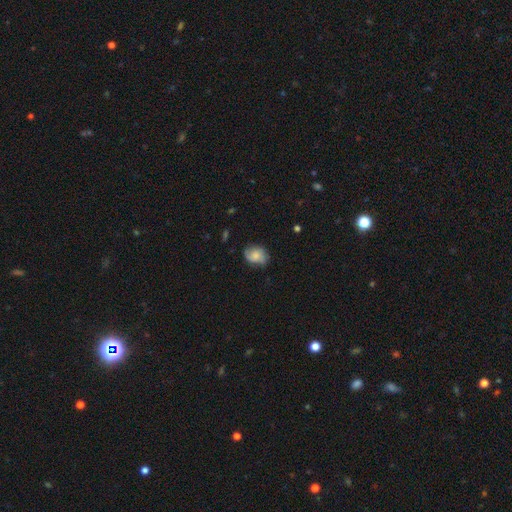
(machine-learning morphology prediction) A smooth galaxy with no disk features (65%) that is in between round and cigar-shaped (59%).

Vote fractions:
- Smooth or featured? smooth: 65% / featured or disk: 27% / star or artifact: 8%
- How rounded? in between: 59% / round: 40% / cigar-shaped: 1%
- Merging? none: 66% / minor disturbance: 26% / major disturbance: 6% / merger: 1%